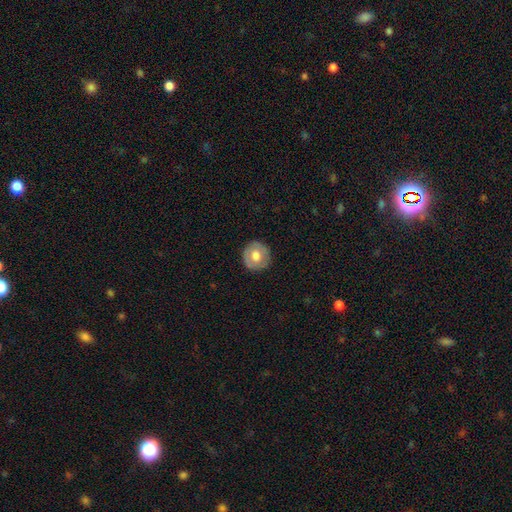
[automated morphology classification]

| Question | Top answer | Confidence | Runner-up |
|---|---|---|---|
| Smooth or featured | smooth | 63% | featured or disk (30%) |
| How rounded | round | 90% | in between (9%) |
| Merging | none | 86% | minor disturbance (10%) |